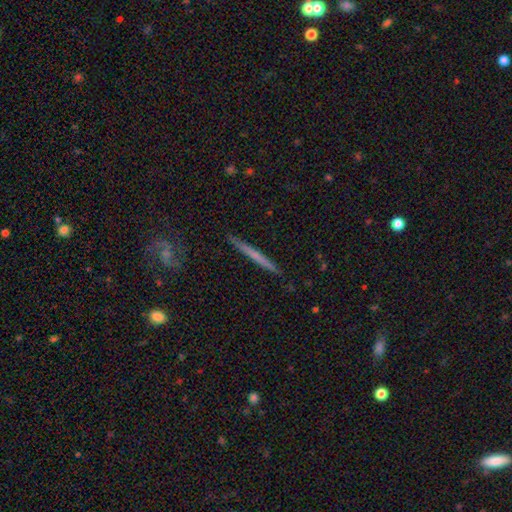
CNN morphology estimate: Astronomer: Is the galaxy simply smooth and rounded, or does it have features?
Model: featured or disk — 55% (runner-up: smooth, 40%).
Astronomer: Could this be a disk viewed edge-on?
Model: yes — 95%.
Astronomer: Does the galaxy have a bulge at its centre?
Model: none — 86%.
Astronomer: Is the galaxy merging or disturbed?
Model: none — 90%.